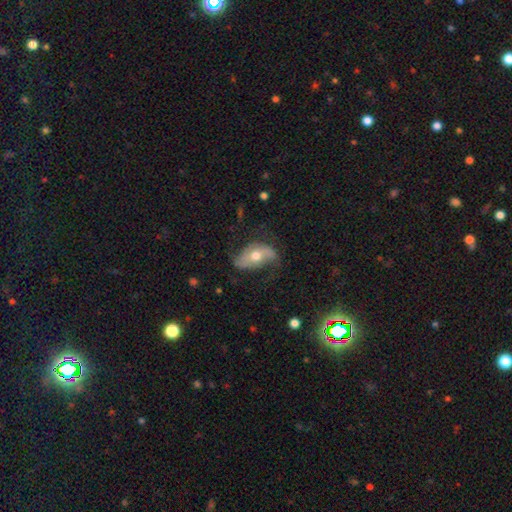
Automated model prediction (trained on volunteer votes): smooth-or-featured: featured or disk: 62% | smooth: 31% | star or artifact: 8%
  disk-edge-on: no: 90% | yes: 10%
    bar: no: 59% | weak: 26% | strong: 15%
    has-spiral-arms: yes: 79% | no: 21%
    bulge-size: moderate: 70% | small: 22% | large: 5% | none: 1% | dominant: 1%
  merging: none: 55% | minor disturbance: 28% | major disturbance: 16% | merger: 2%